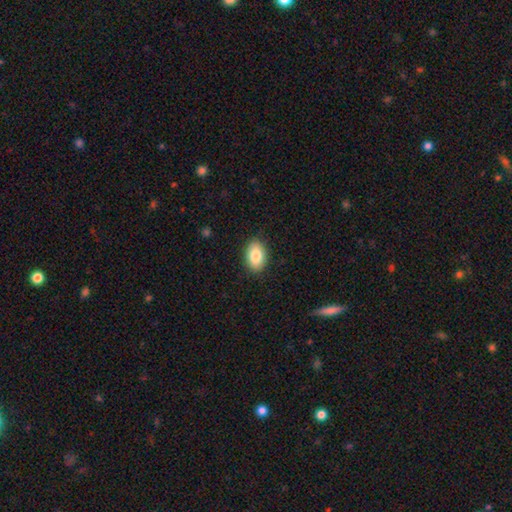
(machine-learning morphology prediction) type=smooth (85%); roundness=in between (88%); merging=none (88%).